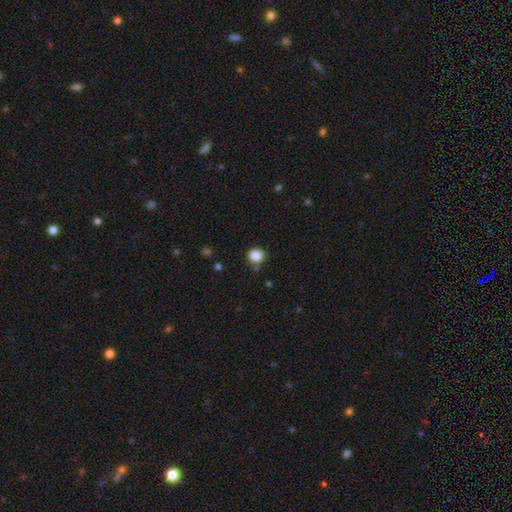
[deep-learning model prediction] Smooth or featured? smooth (86%)
How rounded? round (84%)
Merging? none (78%)